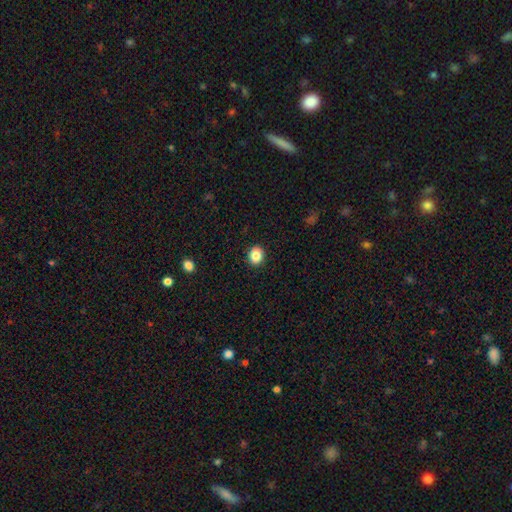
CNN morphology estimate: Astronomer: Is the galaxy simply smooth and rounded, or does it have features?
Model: smooth — 84%.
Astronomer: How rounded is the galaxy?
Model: round — 71%.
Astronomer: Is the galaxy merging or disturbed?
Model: none — 91%.